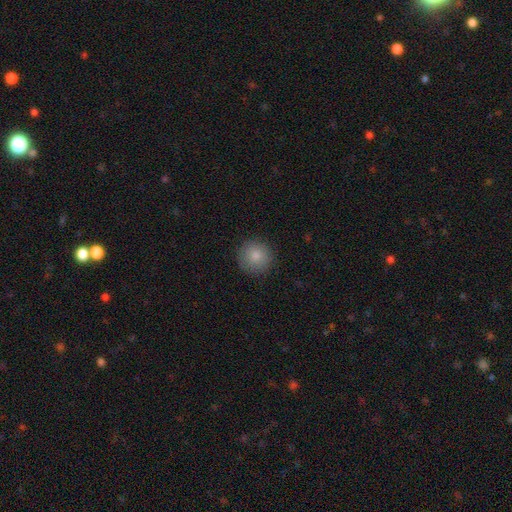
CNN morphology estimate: This appears to be a smooth galaxy with no disk features (85%) that is round (95%). Merging: none (89%).